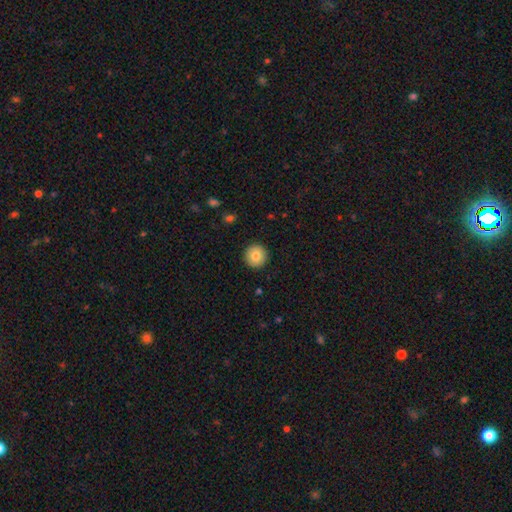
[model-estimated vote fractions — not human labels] Smooth or featured? Predicted: smooth (p=0.83). How rounded? Predicted: round (p=0.96). Merging? Predicted: none (p=0.93).